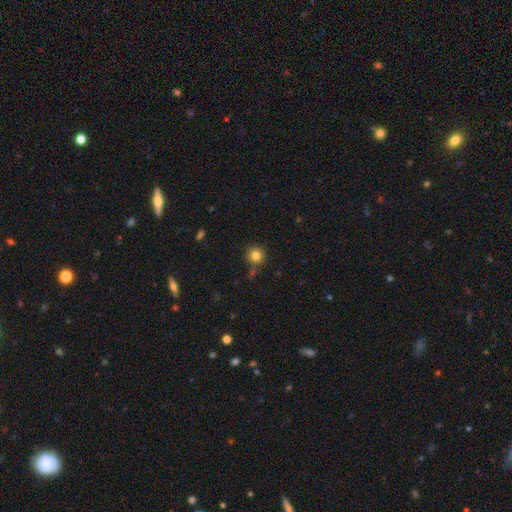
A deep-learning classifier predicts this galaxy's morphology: Q: Smooth or featured?
A: smooth (81%); runner-up: star or artifact (12%)
Q: How rounded?
A: round (94%); runner-up: in between (5%)
Q: Merging?
A: none (80%); runner-up: minor disturbance (10%)